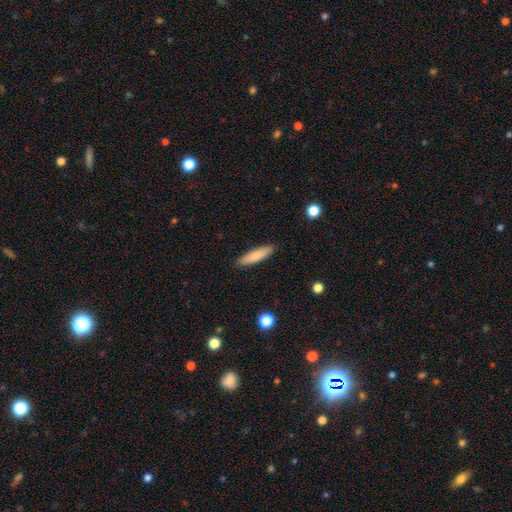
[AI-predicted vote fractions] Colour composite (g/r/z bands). It shows a smooth galaxy with no disk features (79%) that is cigar-shaped (72%). Merging: none (89%).